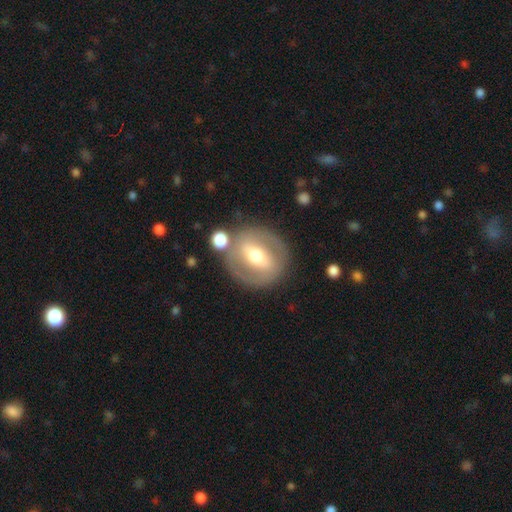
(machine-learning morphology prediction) featured or disk 63%, smooth 31%, star or artifact 6%. Down the decision tree: edge-on disk — no (90%); bar — strong (53%); spiral arms — no (67%); bulge size — moderate (70%); merging — none (77%).